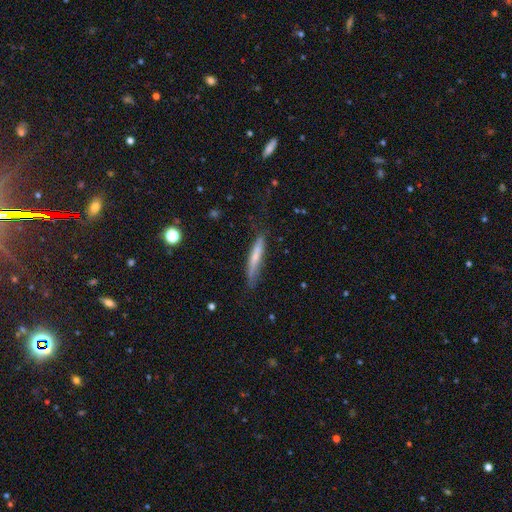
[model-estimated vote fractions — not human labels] Q: Smooth or featured?
A: smooth (58%); runner-up: featured or disk (35%)
Q: How rounded?
A: cigar-shaped (92%); runner-up: in between (6%)
Q: Merging?
A: none (74%); runner-up: minor disturbance (19%)